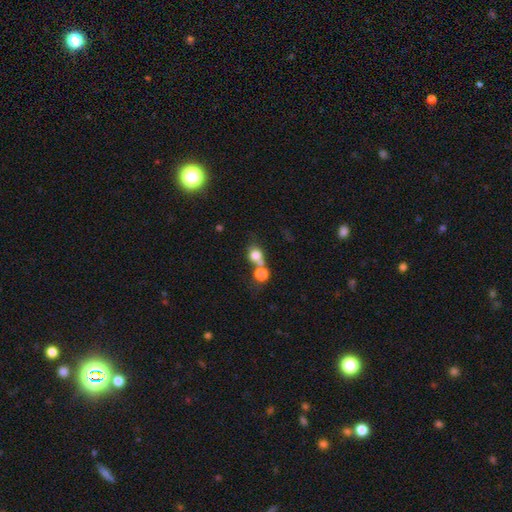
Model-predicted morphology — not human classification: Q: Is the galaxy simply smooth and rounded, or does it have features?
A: smooth — 75%.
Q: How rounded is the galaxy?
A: round — 74%.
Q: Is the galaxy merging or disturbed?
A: merger — 50%.